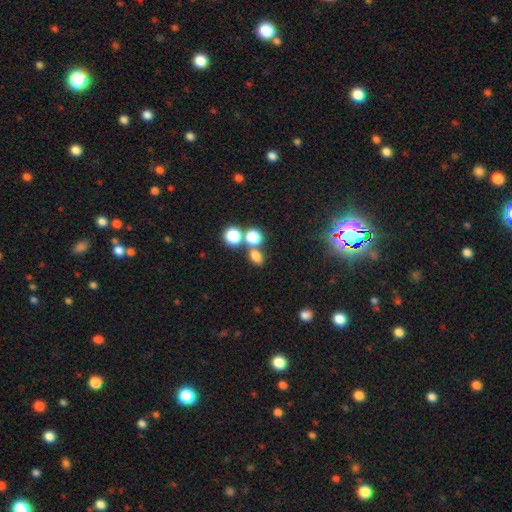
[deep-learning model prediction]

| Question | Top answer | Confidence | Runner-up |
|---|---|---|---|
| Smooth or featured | smooth | 73% | star or artifact (18%) |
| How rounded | in between | 56% | round (42%) |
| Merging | none | 56% | merger (30%) |